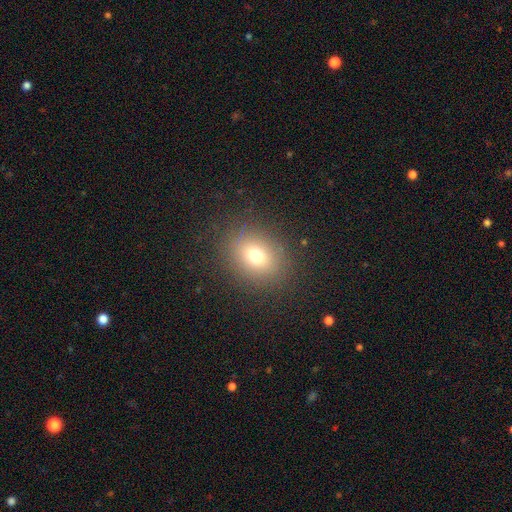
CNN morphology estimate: Smooth or featured?
  - smooth: 71% *
  - star or artifact: 17%
  - featured or disk: 12%
How rounded?
  - round: 58% *
  - in between: 41%
  - cigar-shaped: 1%
Merging?
  - none: 85% *
  - minor disturbance: 9%
  - major disturbance: 5%
  - merger: 1%